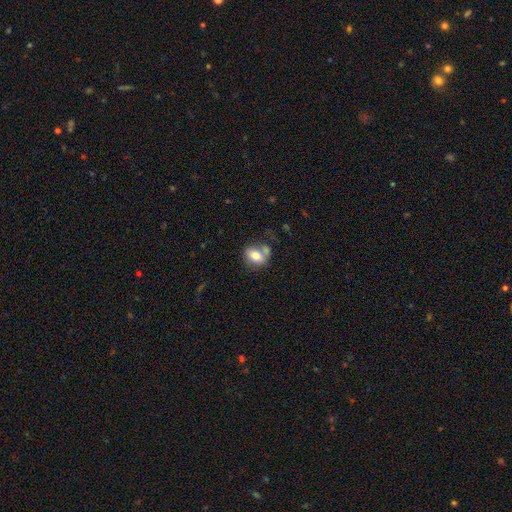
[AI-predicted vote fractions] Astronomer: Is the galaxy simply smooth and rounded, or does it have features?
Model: smooth — 73%.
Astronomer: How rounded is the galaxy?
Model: in between — 71%.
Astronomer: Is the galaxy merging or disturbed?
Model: none — 48% (runner-up: merger, 27%).